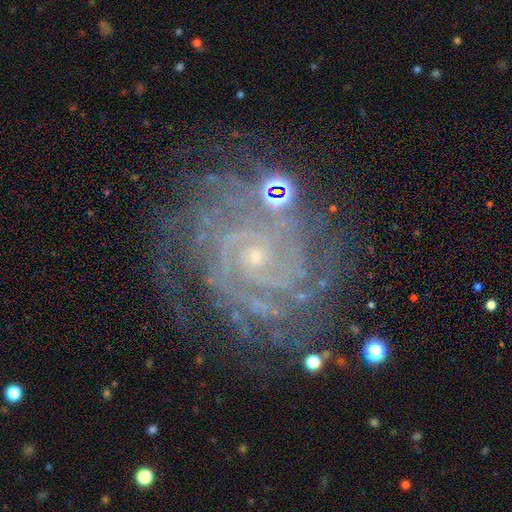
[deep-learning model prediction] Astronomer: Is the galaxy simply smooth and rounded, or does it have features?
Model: featured or disk — 89%.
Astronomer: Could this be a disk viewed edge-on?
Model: no — 98%.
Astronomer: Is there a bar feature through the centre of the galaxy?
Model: no — 74%.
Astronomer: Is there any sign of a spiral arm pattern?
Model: yes — 98%.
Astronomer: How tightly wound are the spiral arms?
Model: tight — 83%.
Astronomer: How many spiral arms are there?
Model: more than 4 — 22% (runner-up: 4, 21%).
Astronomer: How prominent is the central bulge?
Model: small — 84%.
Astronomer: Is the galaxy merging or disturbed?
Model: none — 75%.